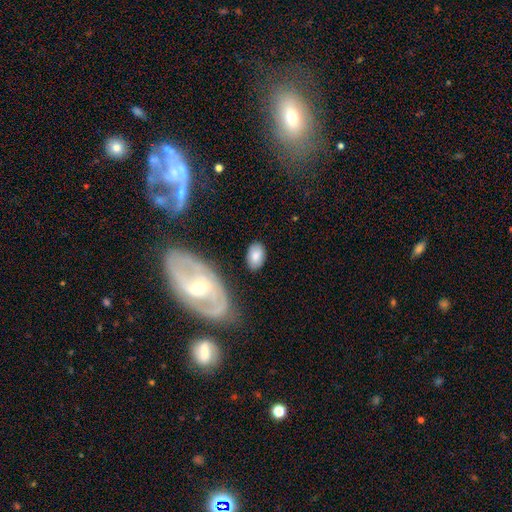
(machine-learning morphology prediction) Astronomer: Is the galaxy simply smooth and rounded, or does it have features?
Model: smooth — 76%.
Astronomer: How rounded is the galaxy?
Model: in between — 91%.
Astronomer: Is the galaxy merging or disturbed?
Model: none — 77%.